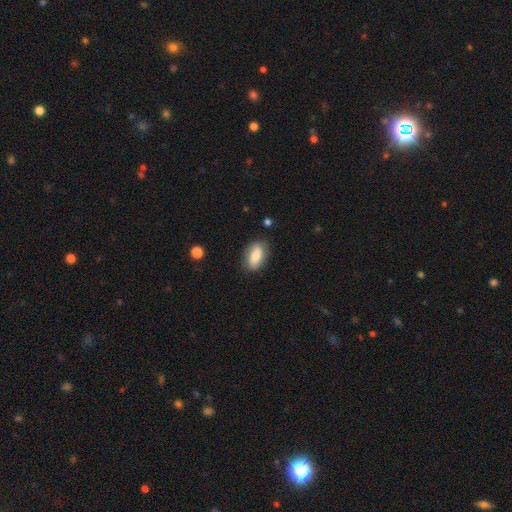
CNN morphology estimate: type=smooth (78%); roundness=in between (90%); merging=none (80%).